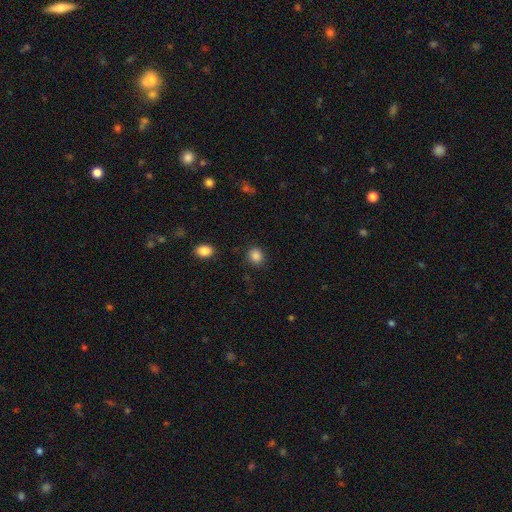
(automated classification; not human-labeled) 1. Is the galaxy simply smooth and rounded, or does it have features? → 86% smooth, 10% star or artifact, 4% featured or disk.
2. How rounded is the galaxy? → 71% round, 28% in between, 1% cigar-shaped.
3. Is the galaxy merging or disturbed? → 87% none, 8% minor disturbance, 3% major disturbance, 2% merger.